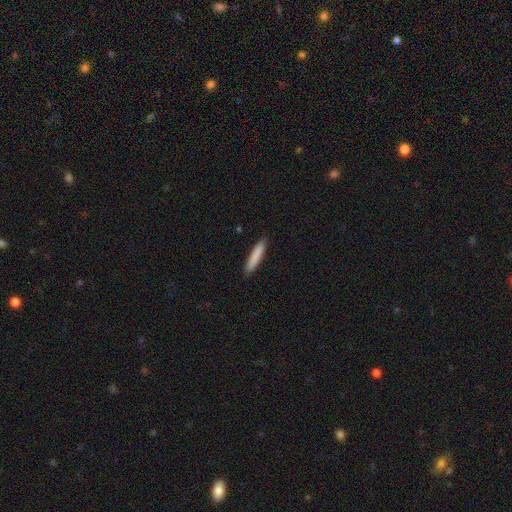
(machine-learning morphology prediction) Q: Smooth or featured?
A: smooth (84%); runner-up: featured or disk (10%)
Q: How rounded?
A: cigar-shaped (91%); runner-up: in between (7%)
Q: Merging?
A: none (91%); runner-up: minor disturbance (7%)